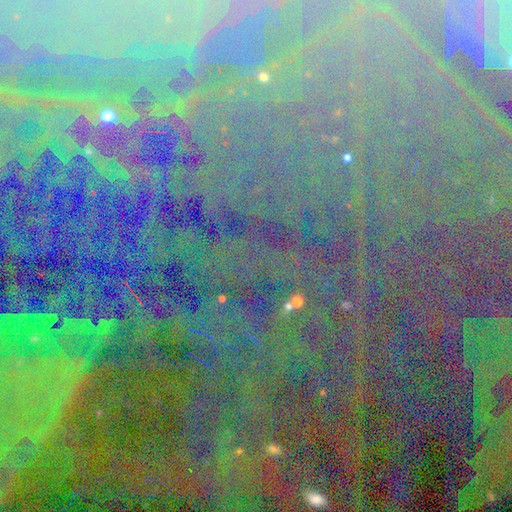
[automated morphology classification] Smooth or featured: star or artifact — 85% (featured or disk — 8%)